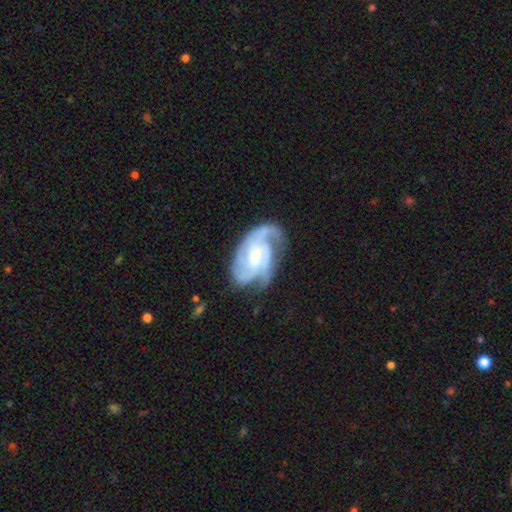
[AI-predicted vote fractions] Smooth or featured?
  - featured or disk: 88% *
  - smooth: 7%
  - star or artifact: 5%
Edge-on disk?
  - no: 98% *
  - yes: 2%
Bar?
  - no: 54% *
  - weak: 37%
  - strong: 10%
Spiral arms?
  - yes: 97% *
  - no: 3%
Spiral winding?
  - tight: 52% *
  - medium: 40%
  - loose: 8%
Spiral arm count?
  - 3: 47% *
  - 2: 15%
  - can't tell: 14%
  - 4: 14%
  - 1: 5%
  - more than 4: 5%
Bulge size?
  - small: 49% *
  - moderate: 33%
  - none: 12%
  - large: 5%
  - dominant: 1%
Merging?
  - none: 64% *
  - minor disturbance: 22%
  - major disturbance: 12%
  - merger: 2%